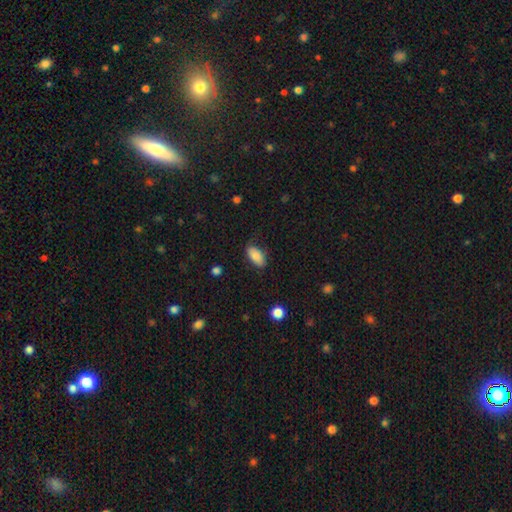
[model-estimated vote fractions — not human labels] Smooth or featured? Predicted: smooth (p=0.85). How rounded? Predicted: in between (p=0.91). Merging? Predicted: none (p=0.77).